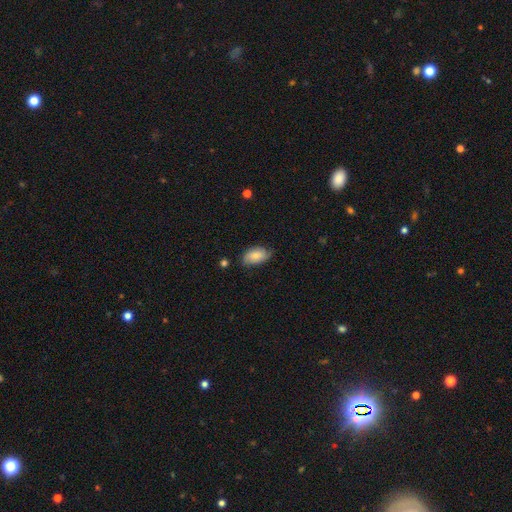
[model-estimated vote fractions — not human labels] Smooth or featured?
  - smooth: 68% *
  - featured or disk: 24%
  - star or artifact: 7%
How rounded?
  - in between: 92% *
  - round: 6%
  - cigar-shaped: 2%
Merging?
  - none: 66% *
  - minor disturbance: 27%
  - major disturbance: 5%
  - merger: 2%